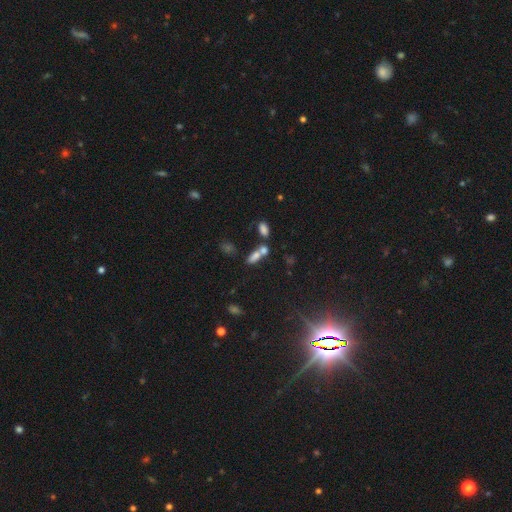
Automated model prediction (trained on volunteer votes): A smooth galaxy with no disk features (69%) that is in between round and cigar-shaped (72%).

Vote fractions:
- Smooth or featured? smooth: 69% / star or artifact: 17% / featured or disk: 14%
- How rounded? in between: 72% / cigar-shaped: 18% / round: 10%
- Merging? merger: 50% / none: 35% / minor disturbance: 10% / major disturbance: 6%